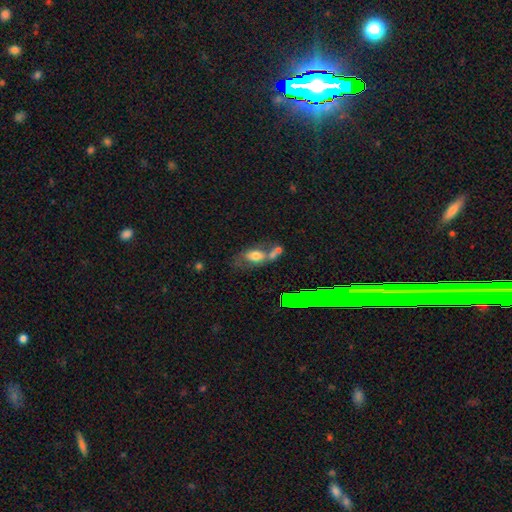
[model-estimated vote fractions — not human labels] Q: Smooth or featured?
A: smooth (62%); runner-up: featured or disk (24%)
Q: How rounded?
A: in between (82%); runner-up: round (14%)
Q: Merging?
A: merger (39%); runner-up: none (30%)